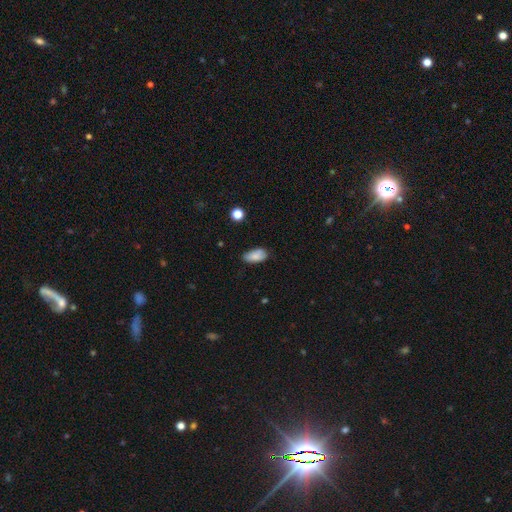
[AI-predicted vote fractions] Smooth or featured: smooth — 83% (featured or disk — 9%)
How rounded: in between — 92% (cigar-shaped — 5%)
Merging: none — 67% (minor disturbance — 26%)